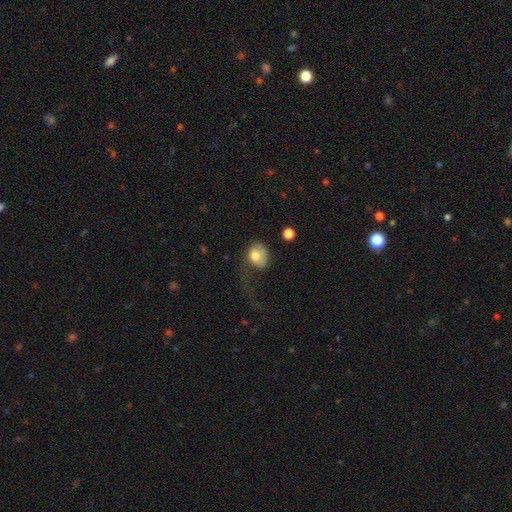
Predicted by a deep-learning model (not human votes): smooth-or-featured: smooth: 74% | featured or disk: 18% | star or artifact: 8%
  how-rounded: in between: 59% | round: 39% | cigar-shaped: 1%
  merging: major disturbance: 52% | none: 24% | minor disturbance: 20% | merger: 4%